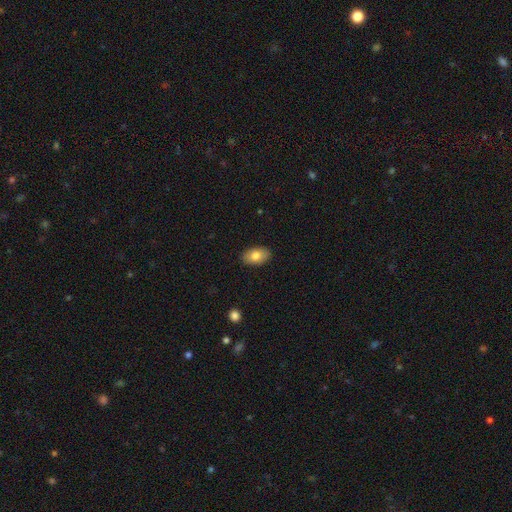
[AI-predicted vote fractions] Overall: smooth (81%). How rounded: in between (92%). Merging: none (89%).